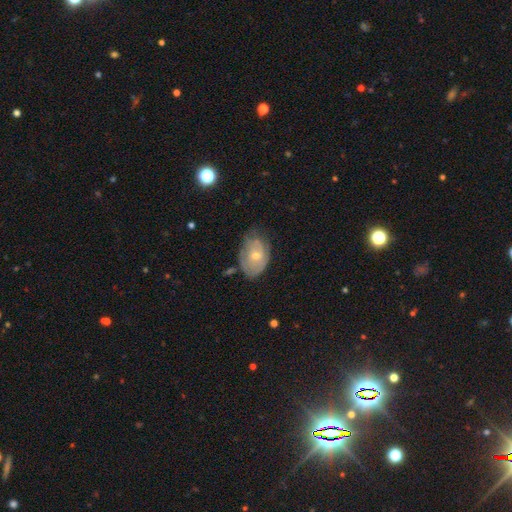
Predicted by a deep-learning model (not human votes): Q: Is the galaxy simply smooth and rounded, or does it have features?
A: featured or disk — 56%.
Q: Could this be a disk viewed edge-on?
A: no — 95%.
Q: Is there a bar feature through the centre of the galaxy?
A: no — 79%.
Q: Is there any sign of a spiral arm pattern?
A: yes — 61%.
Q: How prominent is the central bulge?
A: small — 50%.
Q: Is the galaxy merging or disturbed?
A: none — 55%.